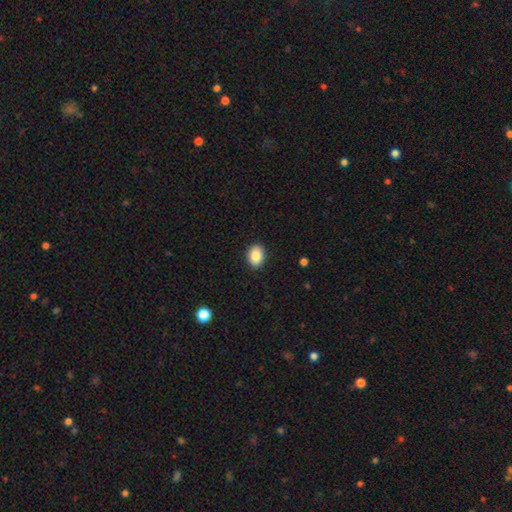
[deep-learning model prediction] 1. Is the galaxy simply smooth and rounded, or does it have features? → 87% smooth, 8% star or artifact, 5% featured or disk.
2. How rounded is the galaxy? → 74% in between, 24% round, 1% cigar-shaped.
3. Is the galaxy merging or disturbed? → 90% none, 7% minor disturbance, 2% major disturbance, 1% merger.